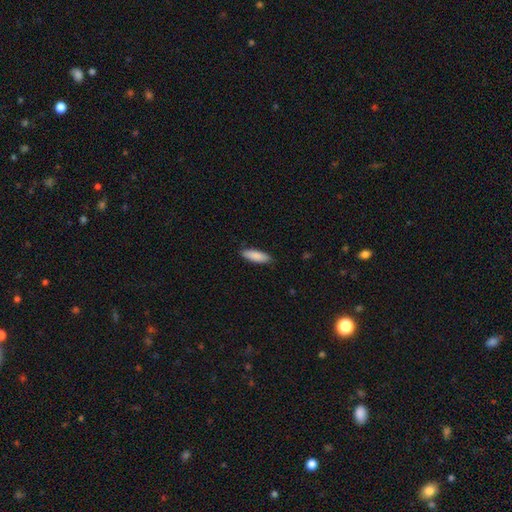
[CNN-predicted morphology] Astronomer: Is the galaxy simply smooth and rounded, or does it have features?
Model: smooth — 88%.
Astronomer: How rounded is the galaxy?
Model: in between — 53% (runner-up: cigar-shaped, 45%).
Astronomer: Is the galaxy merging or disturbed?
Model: none — 87%.